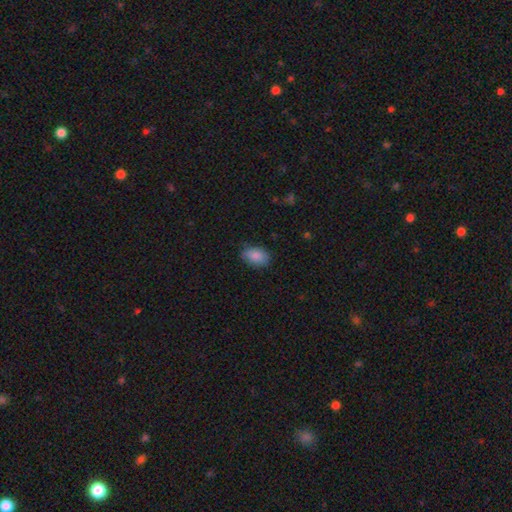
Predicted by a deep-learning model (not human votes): The model was most divided on "merging": none: 78%, minor disturbance: 18%, major disturbance: 3%, merger: 1%. More confident: how rounded — in between (89%); smooth or featured — smooth (87%).